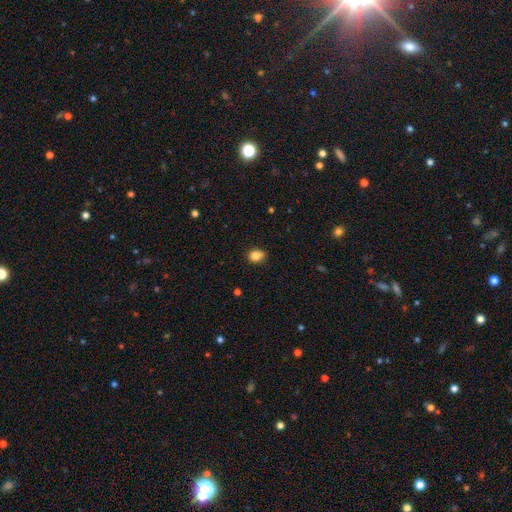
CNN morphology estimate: smooth 85%, star or artifact 10%, featured or disk 5%. Down the decision tree: how rounded — round (54%); merging — none (75%).